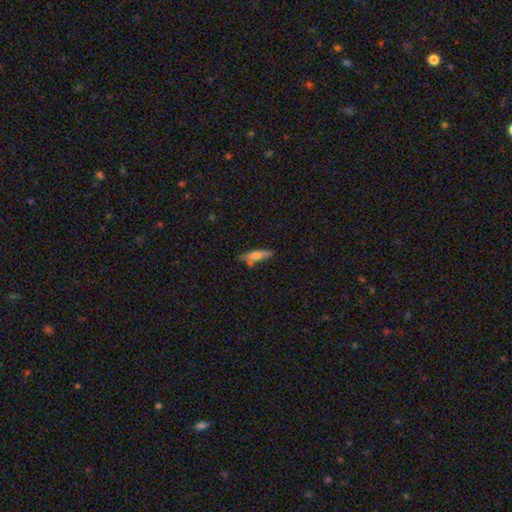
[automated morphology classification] This is possibly a smooth galaxy (60%). How rounded: likely cigar-shaped (73%). Merging: likely none (66%).